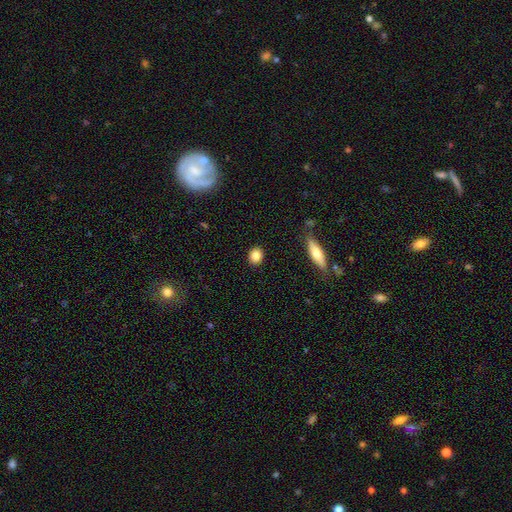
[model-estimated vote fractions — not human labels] Smooth or featured? smooth (85%)
How rounded? round (69%)
Merging? none (90%)